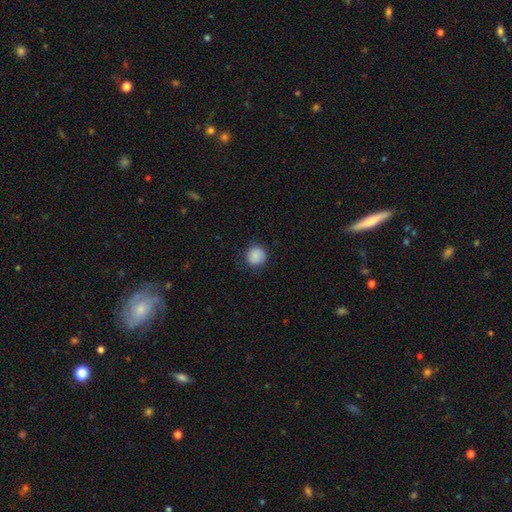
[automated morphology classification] Overall: smooth (87%). How rounded: round (92%). Merging: none (83%).